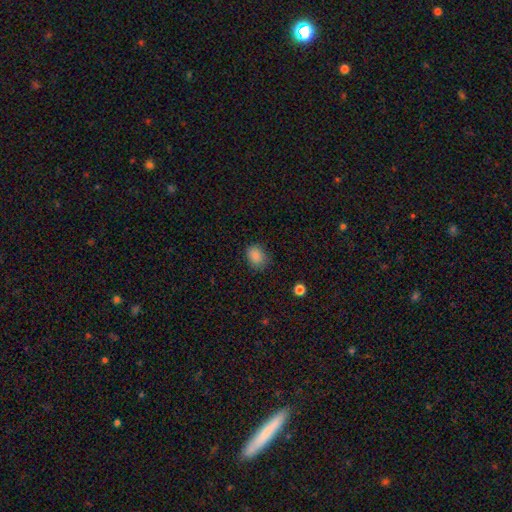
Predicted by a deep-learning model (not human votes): smooth_or_featured: smooth (p=0.86) [alt: star or artifact p=0.10]
how_rounded: round (p=0.50) [alt: in between p=0.49]
merging: none (p=0.78) [alt: minor disturbance p=0.17]